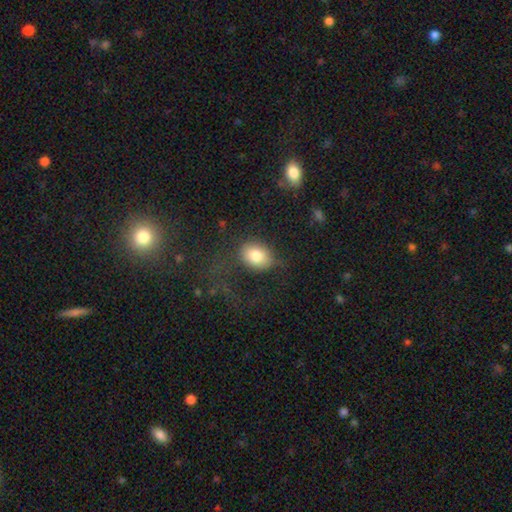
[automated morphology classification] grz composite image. It shows a smooth galaxy with no disk features (80%) that is in between round and cigar-shaped (61%). Merging: none (61%).